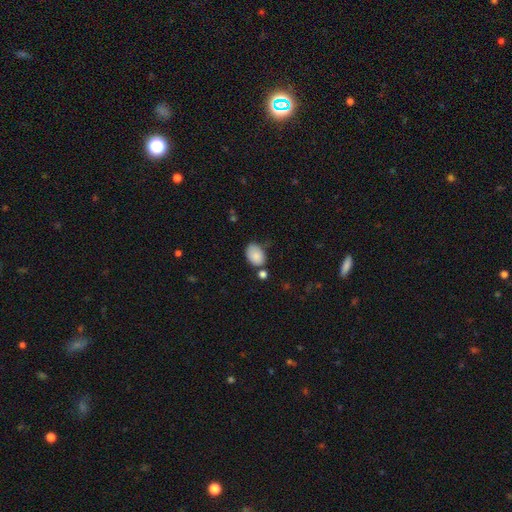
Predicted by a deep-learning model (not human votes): Smooth or featured? smooth (85%)
How rounded? in between (83%)
Merging? none (59%)